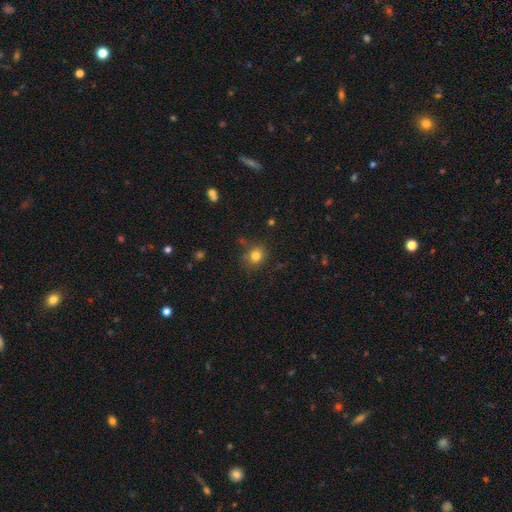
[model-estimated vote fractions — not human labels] Morphology: type=smooth (80%); roundness=round (77%); merging=none (78%).